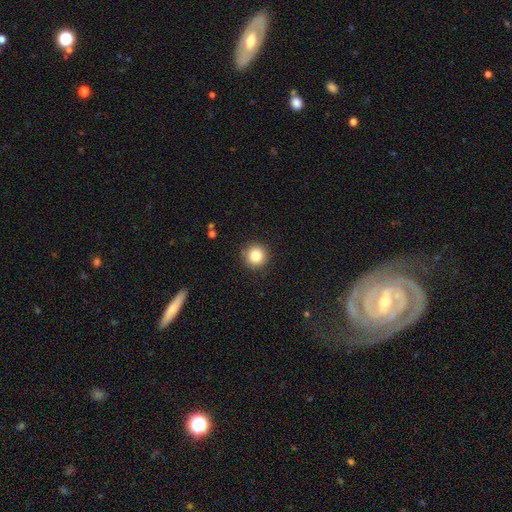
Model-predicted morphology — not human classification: Overall: smooth (84%). How rounded: round (95%). Merging: none (90%).